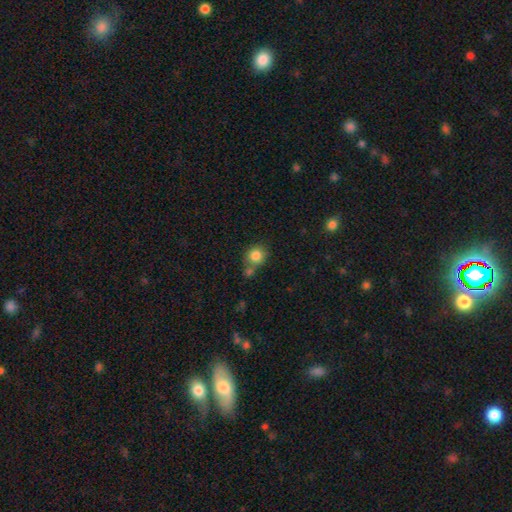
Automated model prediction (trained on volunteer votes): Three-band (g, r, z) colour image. It shows a smooth galaxy with no disk features (84%) that is round (84%). Merging: none (54%).